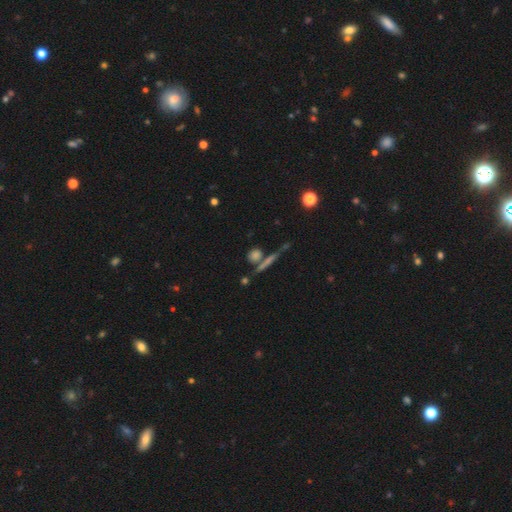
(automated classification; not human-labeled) Morphology: type=smooth (61%); roundness=round (51%); merging=none (66%).